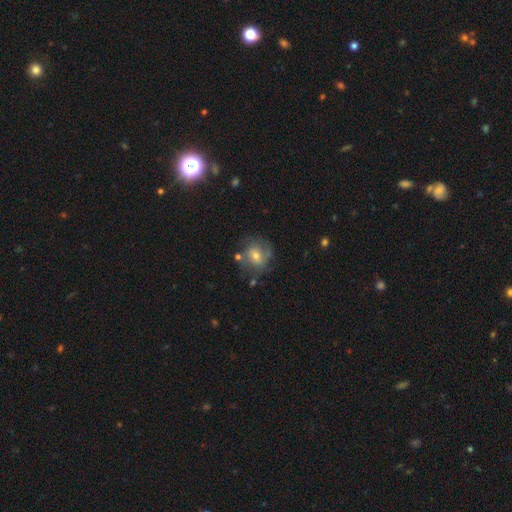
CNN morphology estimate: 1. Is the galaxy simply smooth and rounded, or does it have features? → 55% smooth, 35% featured or disk, 10% star or artifact.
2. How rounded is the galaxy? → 74% round, 25% in between, 1% cigar-shaped.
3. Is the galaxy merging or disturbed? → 59% none, 22% minor disturbance, 11% major disturbance, 8% merger.